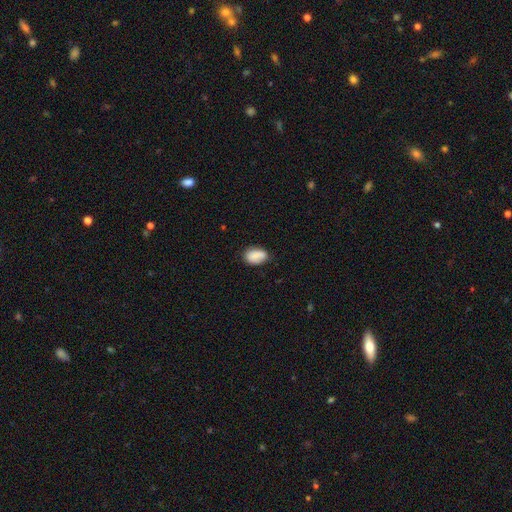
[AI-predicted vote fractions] Smooth or featured? smooth (86%)
How rounded? in between (86%)
Merging? none (74%)